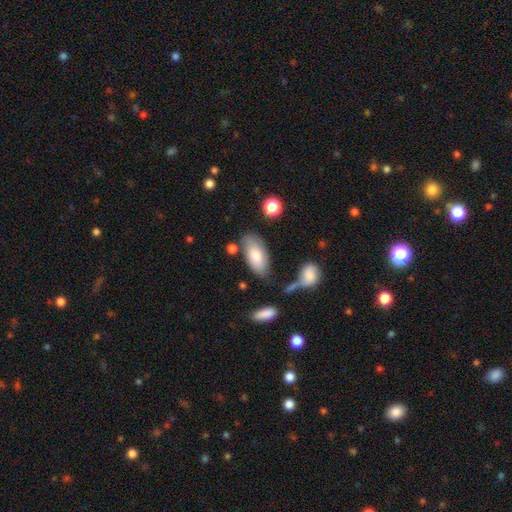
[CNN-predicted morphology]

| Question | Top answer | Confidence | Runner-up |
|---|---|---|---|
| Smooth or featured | smooth | 75% | featured or disk (18%) |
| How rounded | in between | 91% | cigar-shaped (6%) |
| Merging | none | 67% | minor disturbance (19%) |